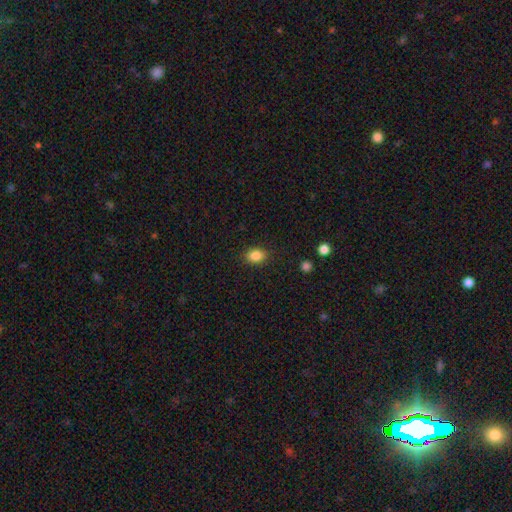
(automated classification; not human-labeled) This appears to be a smooth galaxy with no disk features (86%) that is in between round and cigar-shaped (67%). Merging: none (87%).